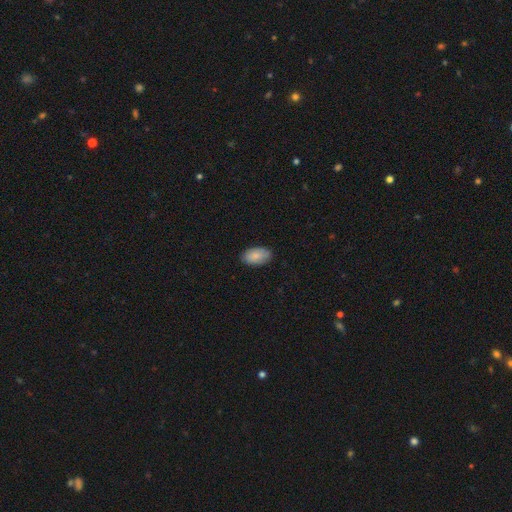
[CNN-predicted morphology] Smooth or featured? Predicted: smooth (p=0.83). How rounded? Predicted: in between (p=0.94). Merging? Predicted: none (p=0.84).